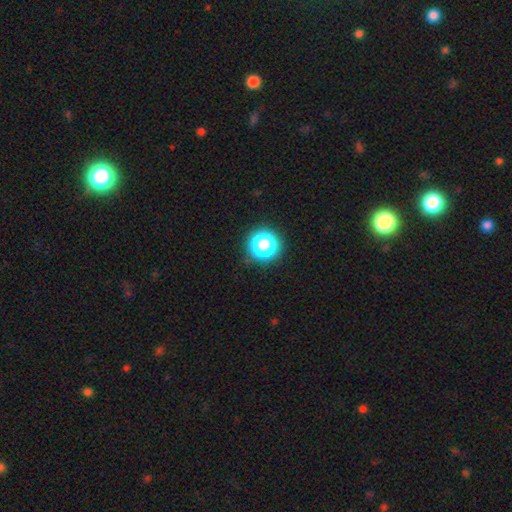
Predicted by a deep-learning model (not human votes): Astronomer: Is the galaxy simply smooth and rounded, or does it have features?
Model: star or artifact — 66%.